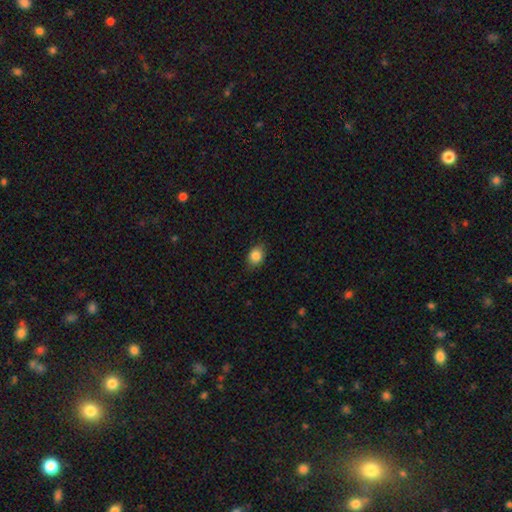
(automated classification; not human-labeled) This is clearly a smooth galaxy (85%). How rounded: possibly in between (53%). Merging: clearly none (80%).